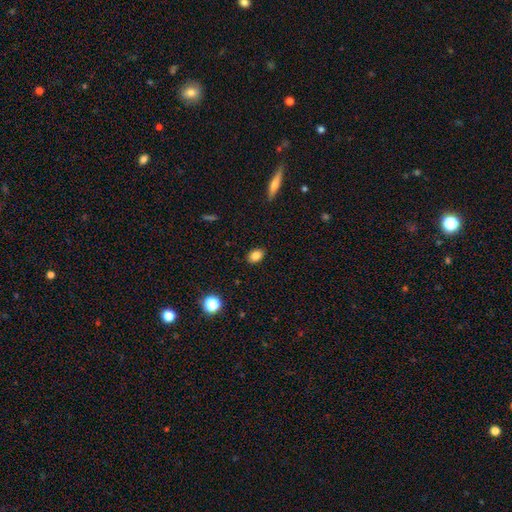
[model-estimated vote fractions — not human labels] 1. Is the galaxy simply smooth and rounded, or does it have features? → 84% smooth, 10% star or artifact, 6% featured or disk.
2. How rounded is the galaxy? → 74% in between, 24% round, 1% cigar-shaped.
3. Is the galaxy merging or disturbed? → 88% none, 9% minor disturbance, 2% major disturbance, 1% merger.